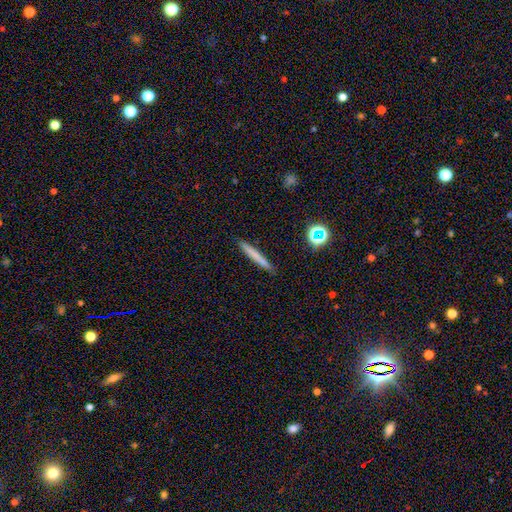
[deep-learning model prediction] This appears to be a smooth galaxy with no disk features (69%) that is cigar-shaped (96%). Merging: none (91%).